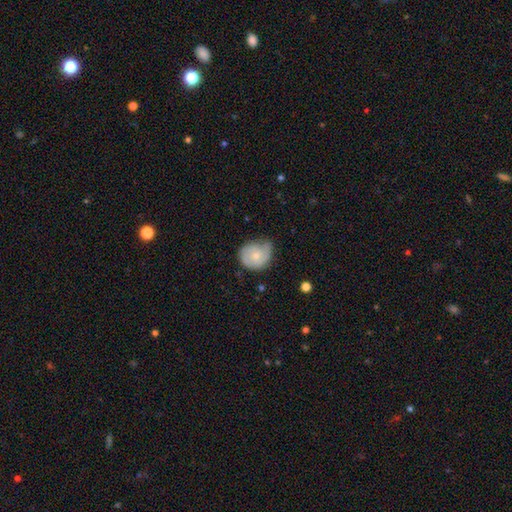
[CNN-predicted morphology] Overall: smooth (50%; featured or disk 44%). Merging: none (45%; minor disturbance 40%).